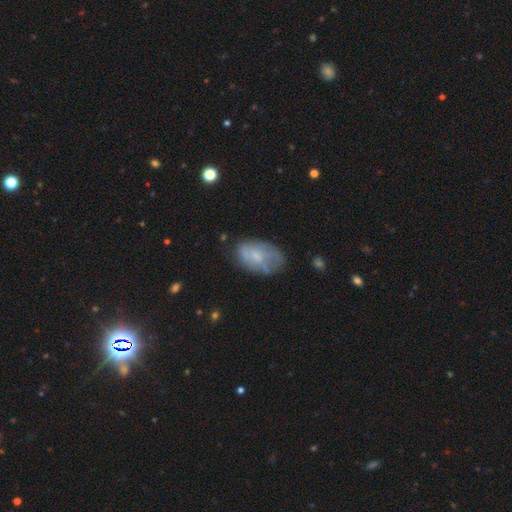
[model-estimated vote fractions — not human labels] The model was most divided on "smooth or featured": smooth: 50%, featured or disk: 42%, star or artifact: 8%. More confident: merging — none (59%).